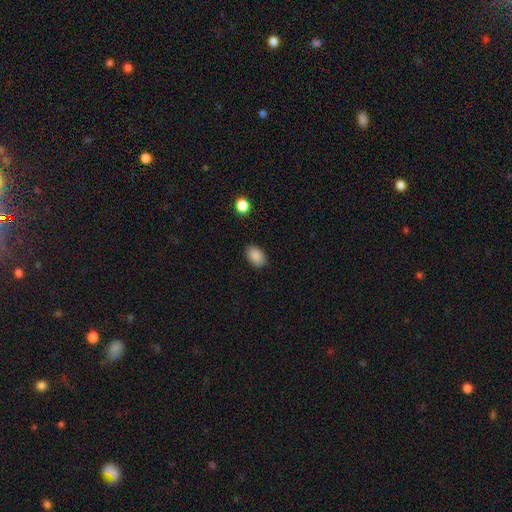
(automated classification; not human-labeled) Morphology: type=smooth (88%); roundness=in between (84%); merging=none (87%).